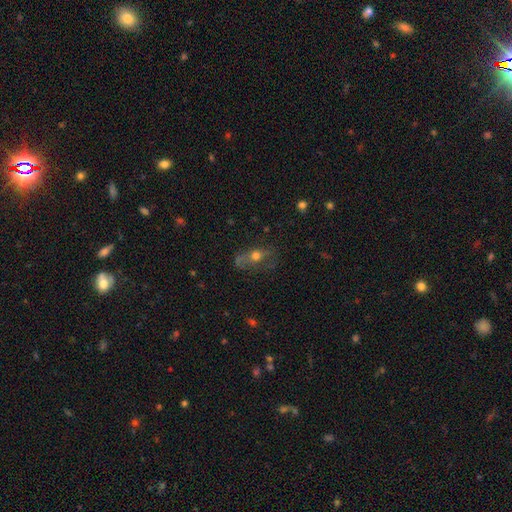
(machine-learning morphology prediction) smooth-or-featured: smooth: 46% | featured or disk: 39% | star or artifact: 15%
  merging: none: 51% | minor disturbance: 23% | major disturbance: 22% | merger: 4%